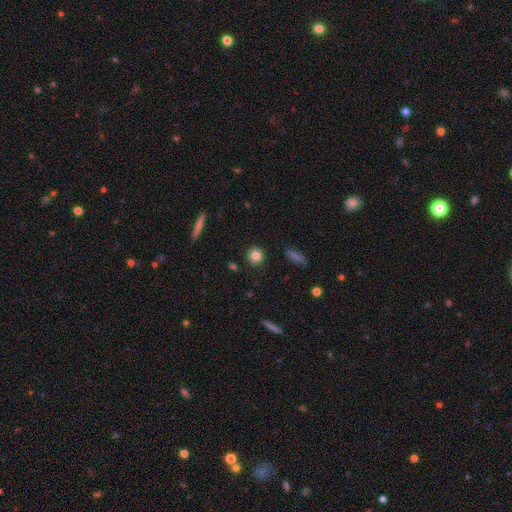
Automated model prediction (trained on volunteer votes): smooth 83%, star or artifact 10%, featured or disk 8%. Down the decision tree: how rounded — round (87%); merging — none (90%).